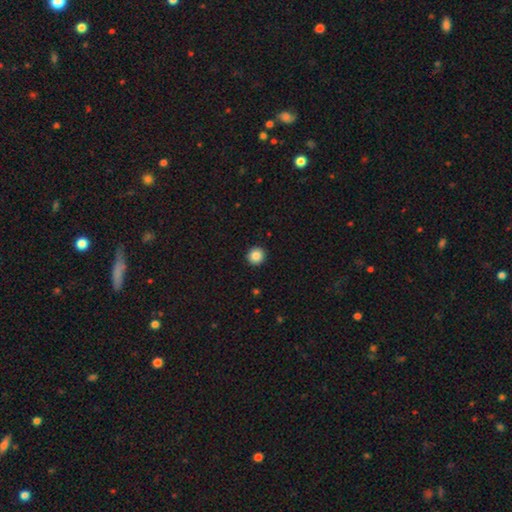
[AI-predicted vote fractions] Smooth or featured? Predicted: smooth (p=0.86). How rounded? Predicted: round (p=0.94). Merging? Predicted: none (p=0.93).